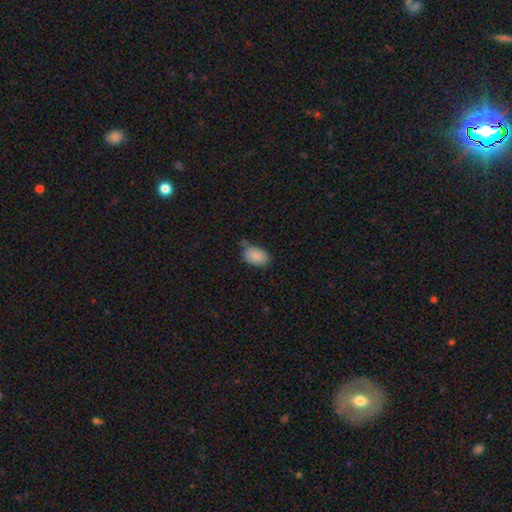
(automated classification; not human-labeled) A smooth galaxy with no disk features (88%) that is in between round and cigar-shaped (89%). Merging: none (71%).